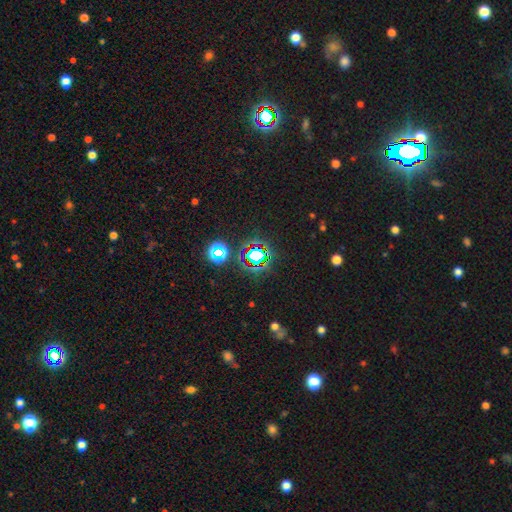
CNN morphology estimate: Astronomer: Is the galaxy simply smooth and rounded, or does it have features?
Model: star or artifact — 69%.